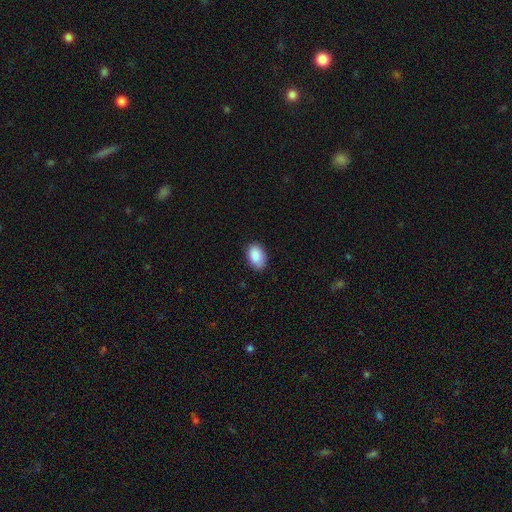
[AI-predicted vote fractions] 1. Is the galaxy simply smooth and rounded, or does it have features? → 89% smooth, 7% star or artifact, 4% featured or disk.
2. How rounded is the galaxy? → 90% in between, 9% round, 1% cigar-shaped.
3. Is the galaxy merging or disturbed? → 84% none, 13% minor disturbance, 2% major disturbance, 1% merger.